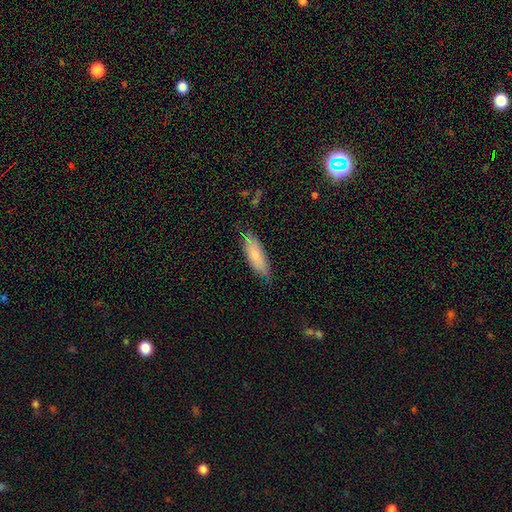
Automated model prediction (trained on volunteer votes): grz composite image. It shows a smooth galaxy with no disk features (74%) that is in between round and cigar-shaped (56%). Merging: none (68%).